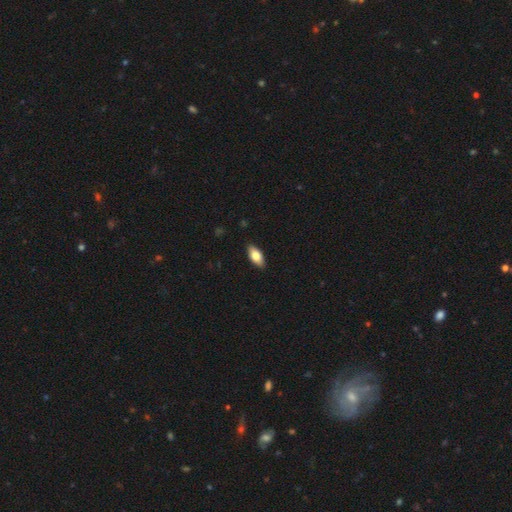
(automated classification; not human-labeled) smooth-or-featured: smooth: 77% | featured or disk: 16% | star or artifact: 6%
  how-rounded: in between: 87% | cigar-shaped: 10% | round: 3%
  merging: none: 88% | minor disturbance: 9% | major disturbance: 2% | merger: 1%